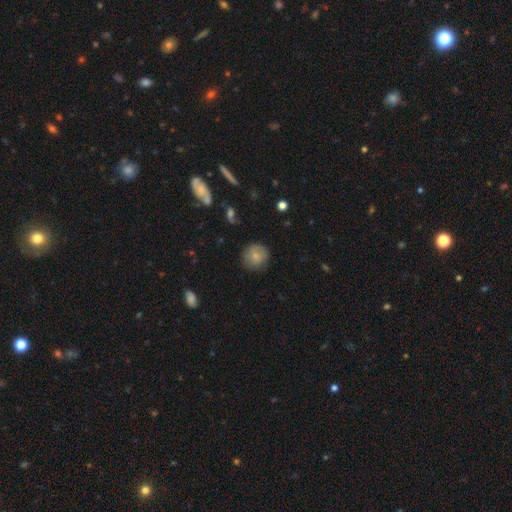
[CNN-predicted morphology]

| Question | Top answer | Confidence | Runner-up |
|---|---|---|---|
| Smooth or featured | smooth | 75% | featured or disk (16%) |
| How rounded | round | 88% | in between (11%) |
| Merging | none | 79% | minor disturbance (15%) |